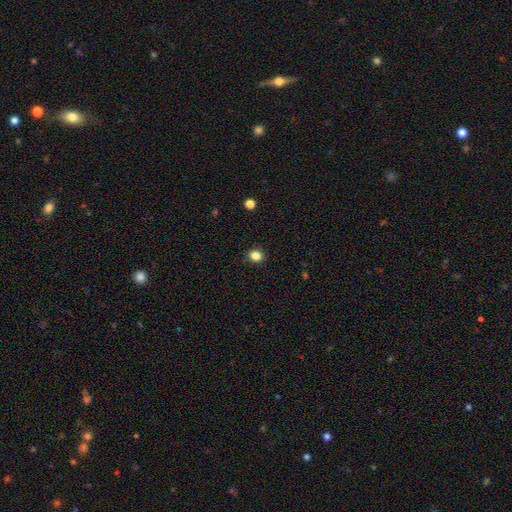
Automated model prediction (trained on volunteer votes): Smooth or featured: smooth — 85% (star or artifact — 11%)
How rounded: round — 62% (in between — 37%)
Merging: none — 90% (minor disturbance — 7%)